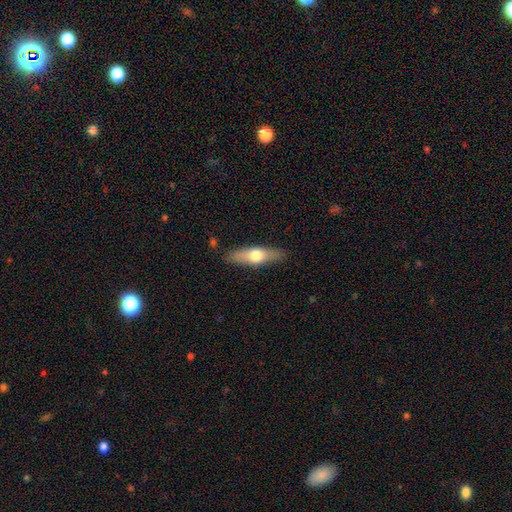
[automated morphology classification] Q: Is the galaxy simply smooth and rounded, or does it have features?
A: smooth — 53%.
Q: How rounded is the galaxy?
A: cigar-shaped — 60%.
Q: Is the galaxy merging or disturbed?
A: none — 87%.